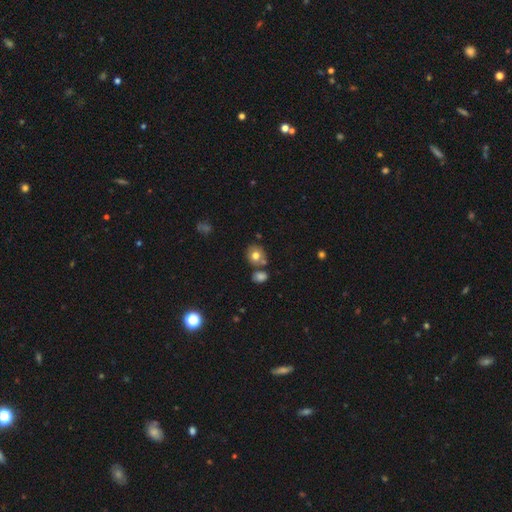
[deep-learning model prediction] Smooth or featured?
  - smooth: 76% *
  - featured or disk: 13%
  - star or artifact: 11%
How rounded?
  - round: 74% *
  - in between: 25%
  - cigar-shaped: 1%
Merging?
  - none: 63% *
  - merger: 22%
  - minor disturbance: 12%
  - major disturbance: 3%